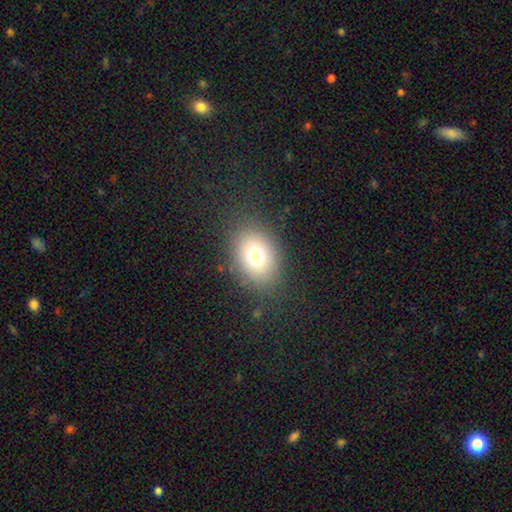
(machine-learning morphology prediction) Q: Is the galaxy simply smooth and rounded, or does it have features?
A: smooth — 74%.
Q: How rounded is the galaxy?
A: in between — 68%.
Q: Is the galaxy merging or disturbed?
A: none — 82%.